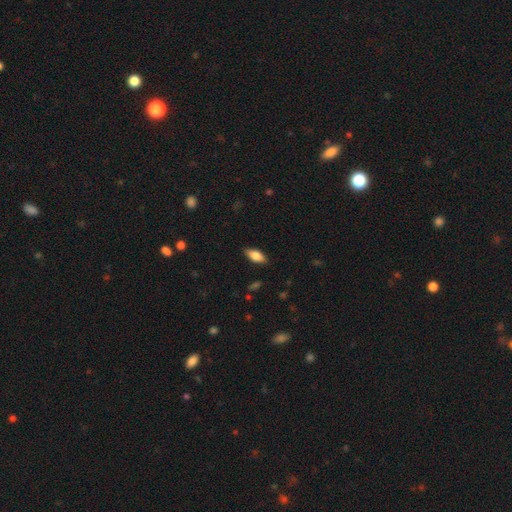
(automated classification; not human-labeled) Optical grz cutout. It shows a smooth galaxy with no disk features (77%) that is in between round and cigar-shaped (85%). Merging: none (87%).